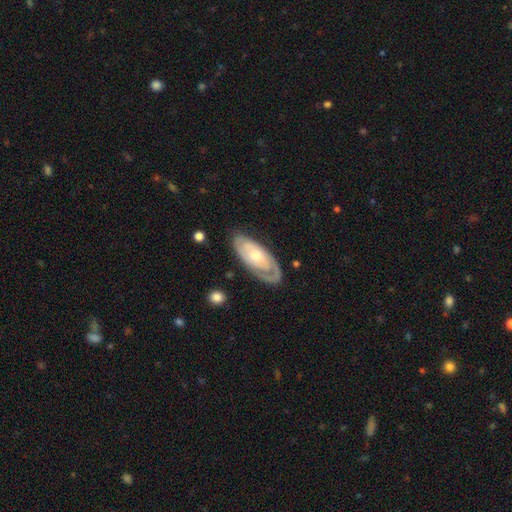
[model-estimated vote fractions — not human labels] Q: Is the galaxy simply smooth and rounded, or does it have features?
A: featured or disk — 71%.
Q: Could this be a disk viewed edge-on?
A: no — 90%.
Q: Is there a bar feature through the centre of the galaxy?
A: no — 79%.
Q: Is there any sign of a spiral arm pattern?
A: yes — 81%.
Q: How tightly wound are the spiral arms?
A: tight — 69%.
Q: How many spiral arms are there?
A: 2 — 34%.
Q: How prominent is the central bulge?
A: moderate — 52%.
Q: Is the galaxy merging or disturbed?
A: none — 72%.